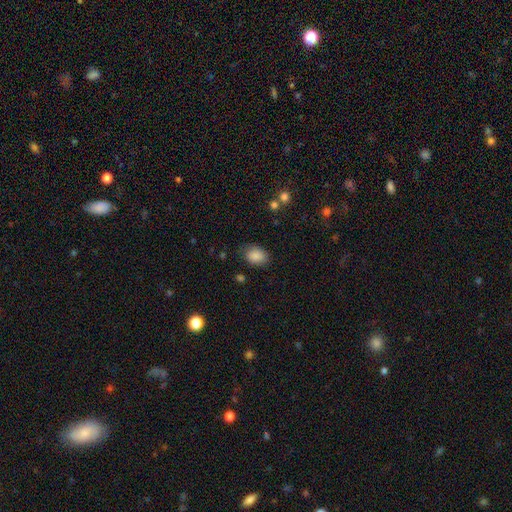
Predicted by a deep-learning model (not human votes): A smooth galaxy with no disk features (87%) that is in between round and cigar-shaped (75%). Merging: none (75%).